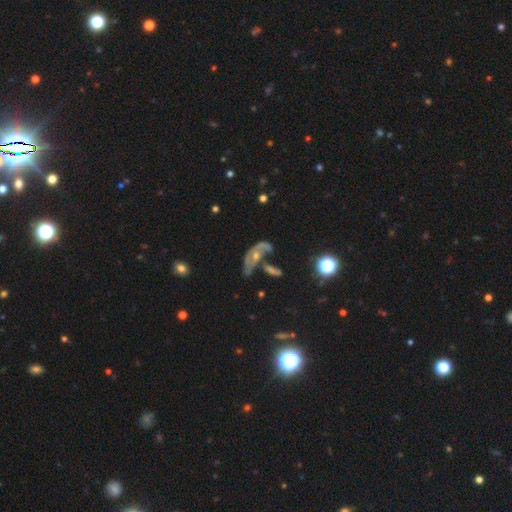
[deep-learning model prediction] A featured or disk galaxy (61%) with no bar (79%), no spiral arms (52%) and a moderate central bulge (49%). Merging: merger (34%).